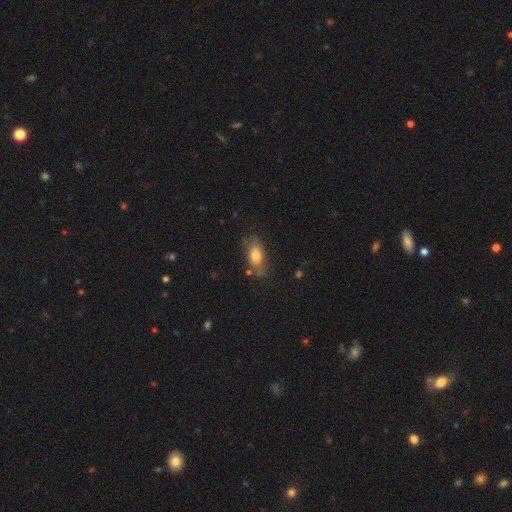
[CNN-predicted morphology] Smooth or featured? smooth (76%)
How rounded? in between (85%)
Merging? none (70%)